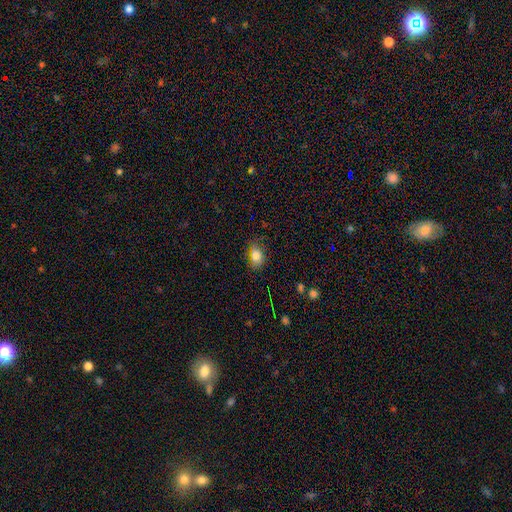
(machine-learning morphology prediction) Smooth or featured? Predicted: smooth (p=0.81). How rounded? Predicted: in between (p=0.77). Merging? Predicted: none (p=0.73).